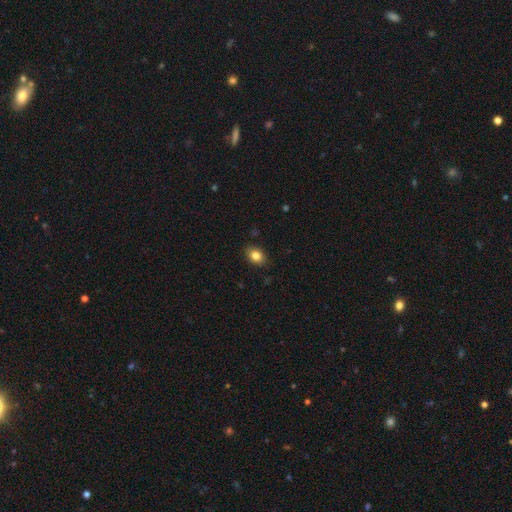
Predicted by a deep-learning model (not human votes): Morphology: type=smooth (84%); roundness=in between (70%); merging=none (87%).